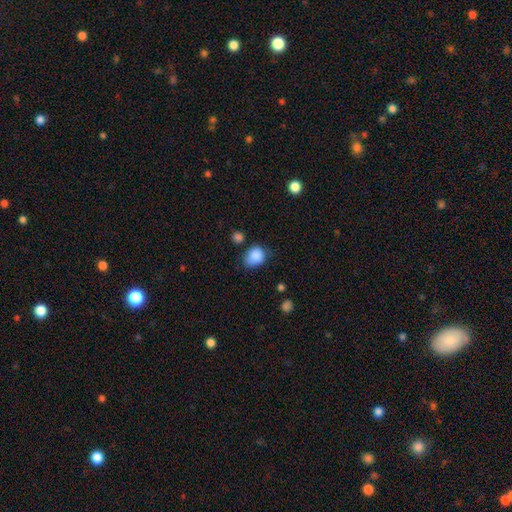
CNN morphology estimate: Overall: smooth (86%). How rounded: round (53%; in between 46%). Merging: none (55%; minor disturbance 32%).